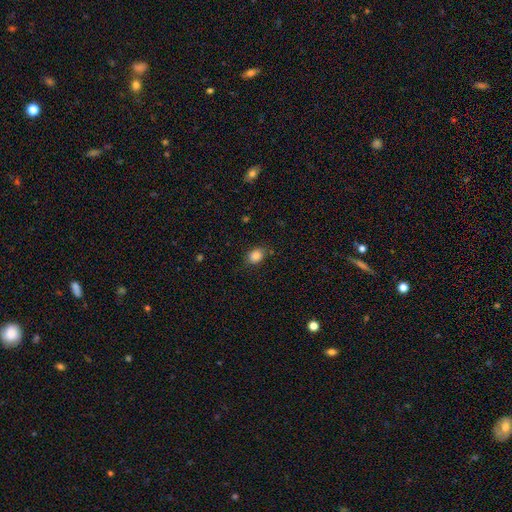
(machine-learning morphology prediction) A smooth galaxy with no disk features (85%) that is in between round and cigar-shaped (64%).

Vote fractions:
- Smooth or featured? smooth: 85% / star or artifact: 9% / featured or disk: 6%
- How rounded? in between: 64% / round: 35% / cigar-shaped: 1%
- Merging? none: 81% / minor disturbance: 14% / major disturbance: 3% / merger: 2%